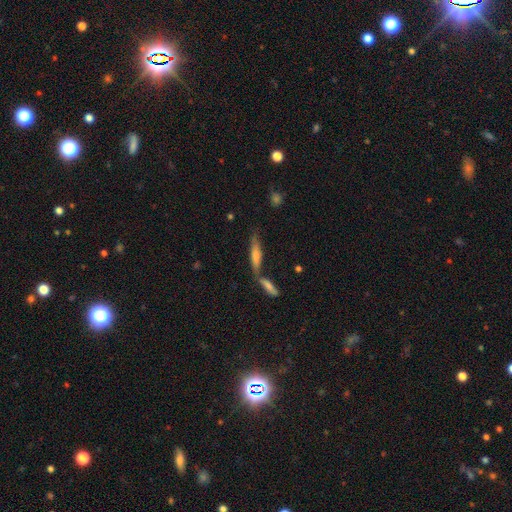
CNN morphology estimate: A smooth galaxy with no disk features (51%) that is cigar-shaped (77%).

Vote fractions:
- Smooth or featured? smooth: 51% / featured or disk: 40% / star or artifact: 9%
- How rounded? cigar-shaped: 77% / in between: 21% / round: 2%
- Merging? none: 58% / merger: 28% / minor disturbance: 11% / major disturbance: 4%